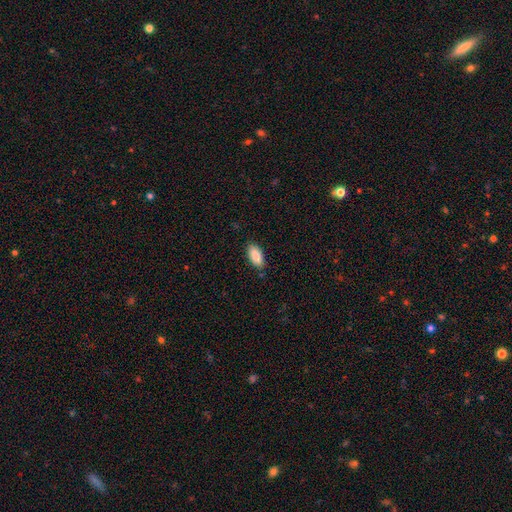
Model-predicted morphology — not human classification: smooth-or-featured: smooth: 89% | star or artifact: 6% | featured or disk: 5%
  how-rounded: in between: 90% | cigar-shaped: 9% | round: 2%
  merging: none: 85% | minor disturbance: 11% | major disturbance: 2% | merger: 1%